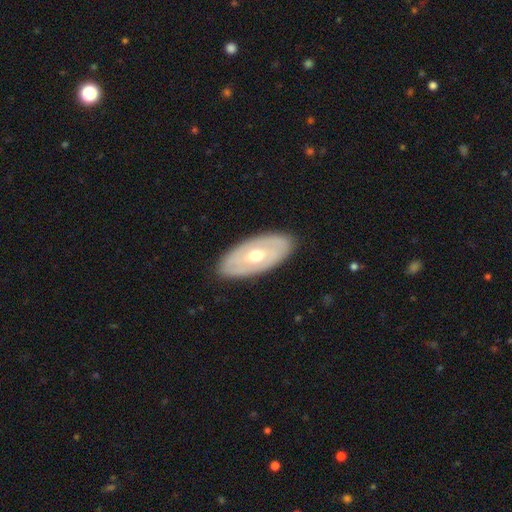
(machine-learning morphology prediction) This is likely a featured or disk galaxy (61%). It is clearly not viewed edge-on (85%). Bar: likely no (79%). Spiral arm pattern: likely no (70%). Central bulge: likely moderate (76%). Merging: clearly none (86%).